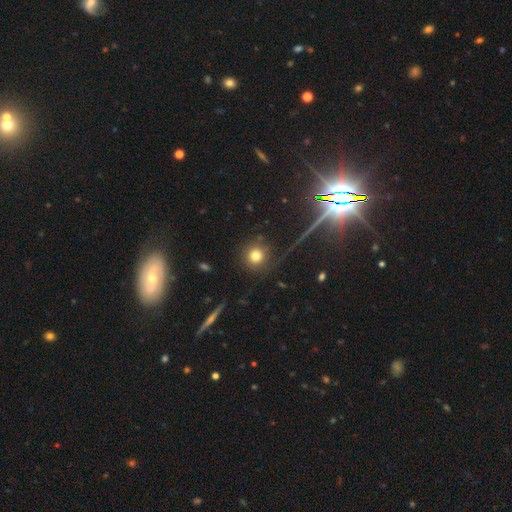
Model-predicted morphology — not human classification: A smooth galaxy with no disk features (75%) that is round (93%). Merging: none (83%).